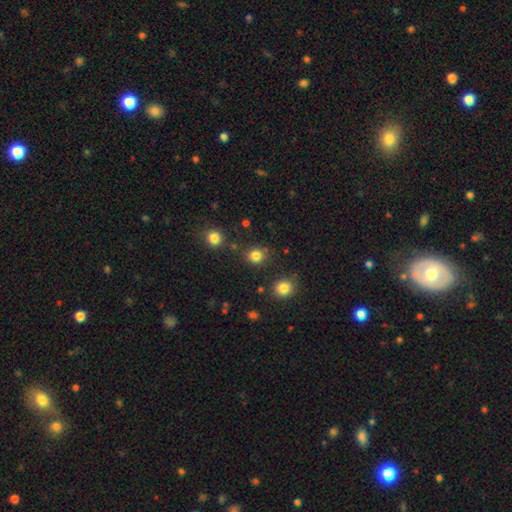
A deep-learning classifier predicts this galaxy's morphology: Smooth or featured? Predicted: smooth (p=0.83). How rounded? Predicted: round (p=0.85). Merging? Predicted: none (p=0.83).